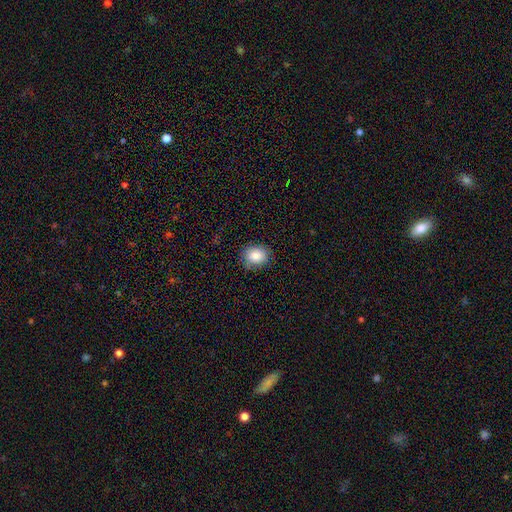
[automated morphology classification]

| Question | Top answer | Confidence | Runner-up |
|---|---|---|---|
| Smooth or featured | smooth | 85% | star or artifact (8%) |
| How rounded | round | 50% | in between (49%) |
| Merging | none | 84% | minor disturbance (12%) |